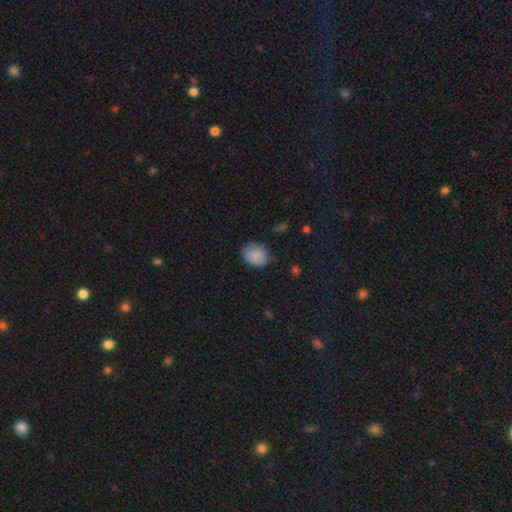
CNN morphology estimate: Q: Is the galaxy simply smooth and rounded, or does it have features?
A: smooth — 86%.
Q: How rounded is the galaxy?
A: round — 51%.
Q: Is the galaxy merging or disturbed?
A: none — 73%.